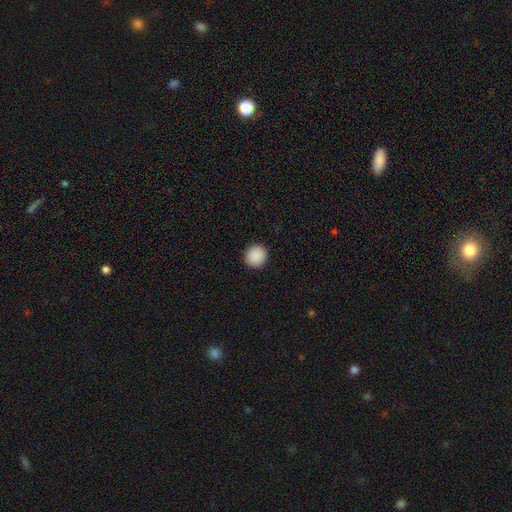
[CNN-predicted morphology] smooth 90%, star or artifact 8%, featured or disk 2%. Down the decision tree: how rounded — round (94%); merging — none (93%).